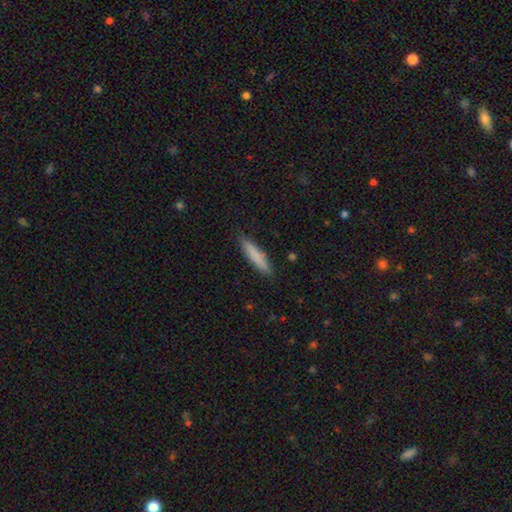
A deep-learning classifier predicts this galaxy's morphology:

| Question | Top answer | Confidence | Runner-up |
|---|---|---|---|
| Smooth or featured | smooth | 81% | featured or disk (13%) |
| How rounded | cigar-shaped | 89% | in between (10%) |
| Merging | none | 87% | minor disturbance (9%) |